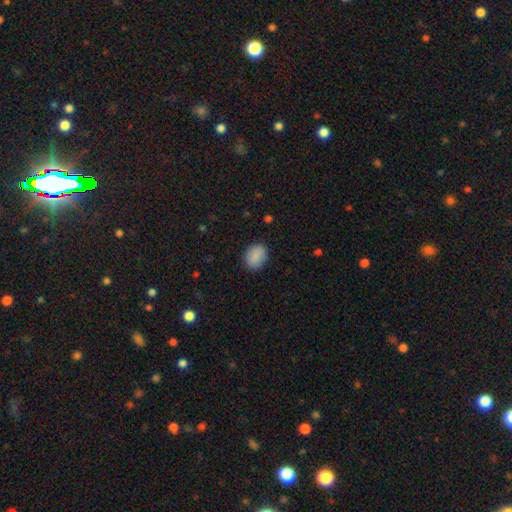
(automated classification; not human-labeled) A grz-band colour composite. It shows a smooth galaxy with no disk features (88%) that is in between round and cigar-shaped (60%). Merging: none (87%).